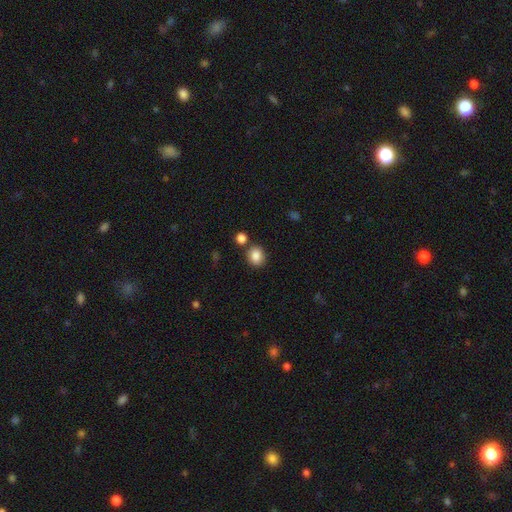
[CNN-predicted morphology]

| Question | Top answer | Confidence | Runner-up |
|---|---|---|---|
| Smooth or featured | smooth | 86% | star or artifact (9%) |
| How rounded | round | 70% | in between (29%) |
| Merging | none | 78% | merger (10%) |